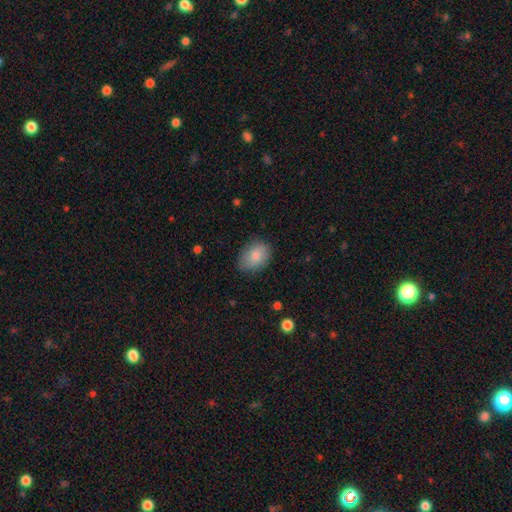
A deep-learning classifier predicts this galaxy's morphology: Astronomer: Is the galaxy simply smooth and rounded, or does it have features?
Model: smooth — 84%.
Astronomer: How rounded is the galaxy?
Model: in between — 76%.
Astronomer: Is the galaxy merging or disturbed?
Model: none — 82%.